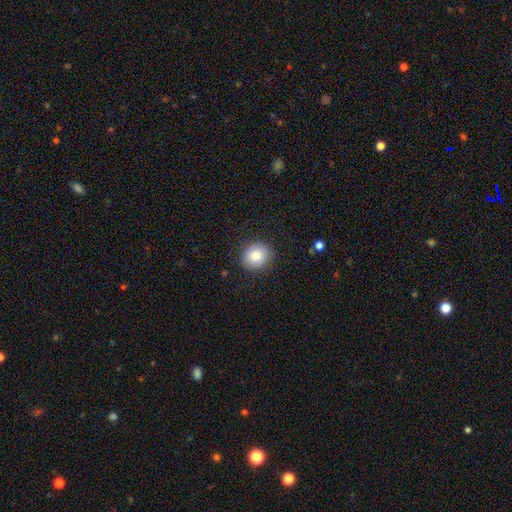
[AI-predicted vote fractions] A smooth galaxy with no disk features (83%) that is round (77%).

Vote fractions:
- Smooth or featured? smooth: 83% / star or artifact: 9% / featured or disk: 9%
- How rounded? round: 77% / in between: 22% / cigar-shaped: 1%
- Merging? none: 87% / minor disturbance: 9% / major disturbance: 3% / merger: 1%